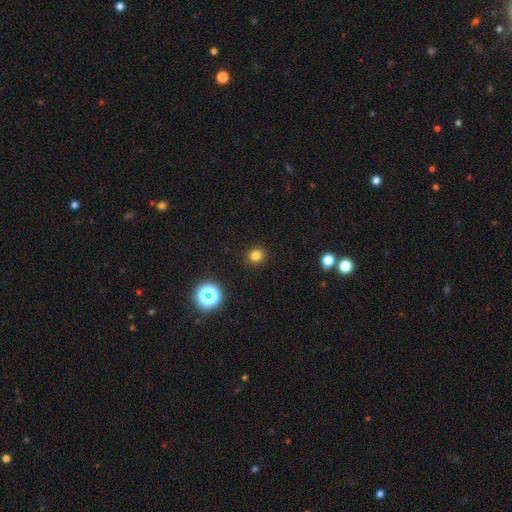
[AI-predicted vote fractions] Smooth or featured? smooth (79%)
How rounded? round (87%)
Merging? none (91%)